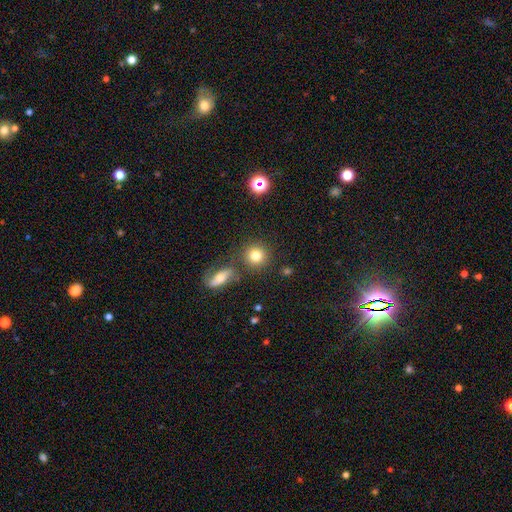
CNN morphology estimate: A smooth galaxy with no disk features (79%) that is round (89%). Merging: none (78%).